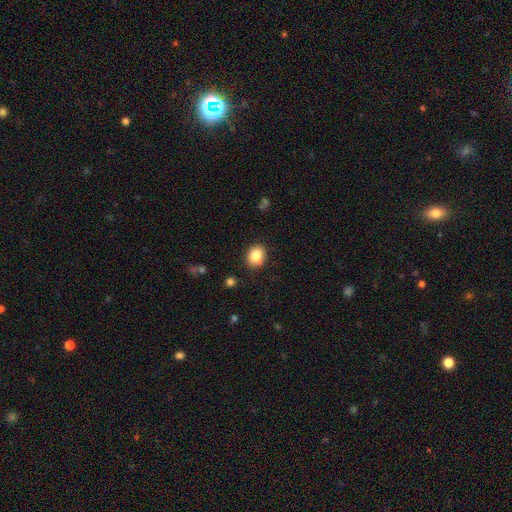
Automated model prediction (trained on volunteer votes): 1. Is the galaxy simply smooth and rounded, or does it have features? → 84% smooth, 9% star or artifact, 7% featured or disk.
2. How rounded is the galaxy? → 52% round, 47% in between, 1% cigar-shaped.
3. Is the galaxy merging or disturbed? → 86% none, 10% minor disturbance, 2% major disturbance, 1% merger.